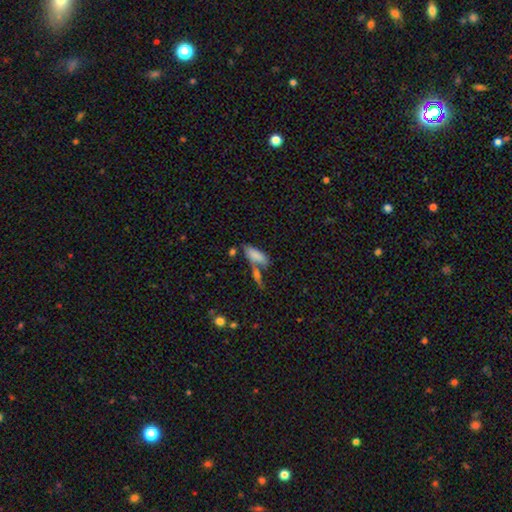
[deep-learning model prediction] smooth_or_featured: smooth (p=0.82) [alt: featured or disk p=0.11]
how_rounded: in between (p=0.71) [alt: cigar-shaped p=0.27]
merging: none (p=0.46) [alt: merger p=0.32]